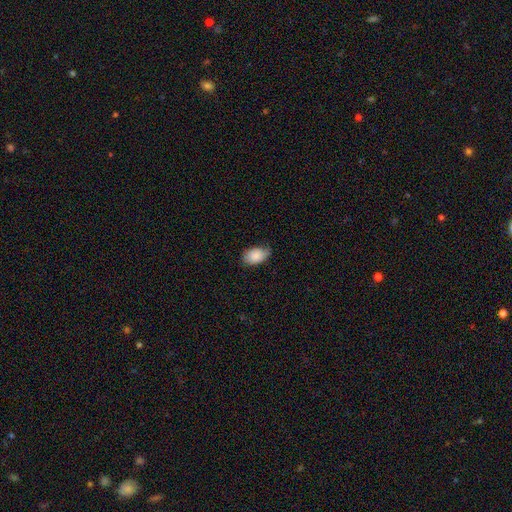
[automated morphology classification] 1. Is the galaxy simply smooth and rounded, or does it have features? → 86% smooth, 7% featured or disk, 7% star or artifact.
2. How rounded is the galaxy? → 91% in between, 7% round, 1% cigar-shaped.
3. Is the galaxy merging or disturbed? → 63% none, 30% minor disturbance, 5% major disturbance, 1% merger.